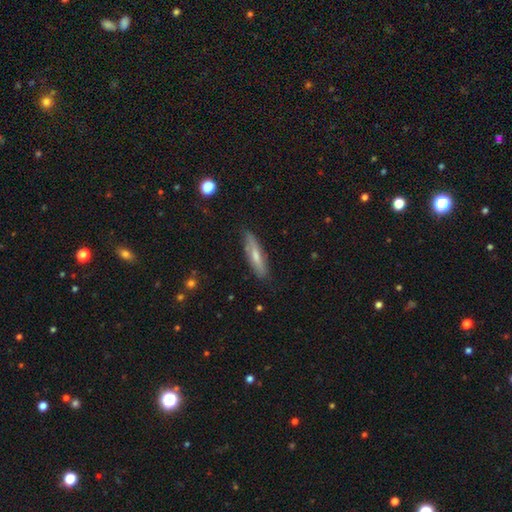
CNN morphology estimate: smooth_or_featured: smooth (p=0.55) [alt: featured or disk p=0.38]
how_rounded: cigar-shaped (p=0.72) [alt: in between p=0.26]
merging: none (p=0.80) [alt: minor disturbance p=0.15]